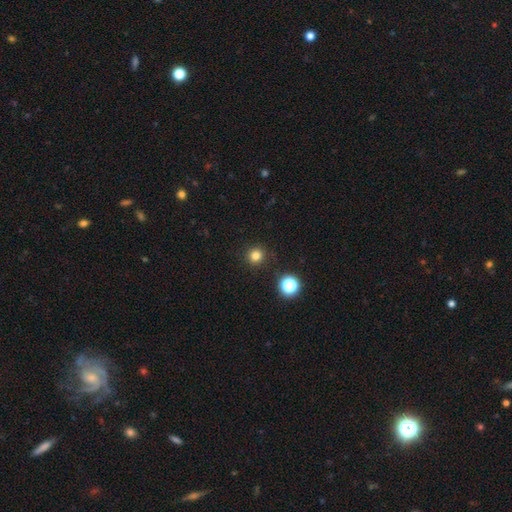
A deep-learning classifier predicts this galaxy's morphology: This is likely a smooth galaxy (80%). How rounded: clearly round (95%). Merging: clearly none (91%).